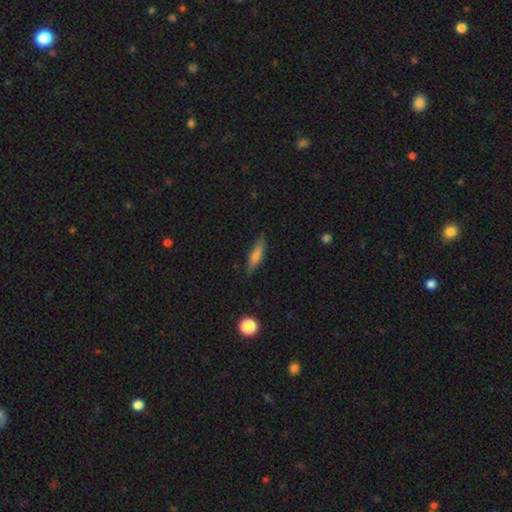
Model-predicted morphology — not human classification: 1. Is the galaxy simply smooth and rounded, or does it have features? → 70% smooth, 22% featured or disk, 7% star or artifact.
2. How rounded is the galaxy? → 70% cigar-shaped, 28% in between, 2% round.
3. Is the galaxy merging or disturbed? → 82% none, 14% minor disturbance, 3% major disturbance, 1% merger.